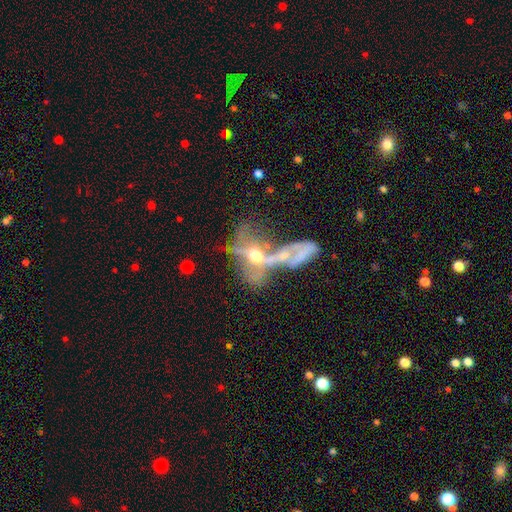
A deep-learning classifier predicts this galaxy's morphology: featured or disk 55%, smooth 27%, star or artifact 17%. Down the decision tree: edge-on disk — no (79%); merging — merger (69%).